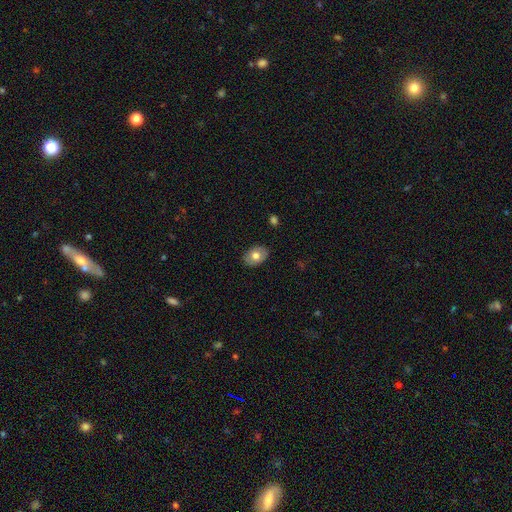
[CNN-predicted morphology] Q: Smooth or featured?
A: smooth (71%); runner-up: featured or disk (22%)
Q: How rounded?
A: in between (77%); runner-up: round (22%)
Q: Merging?
A: none (87%); runner-up: minor disturbance (10%)